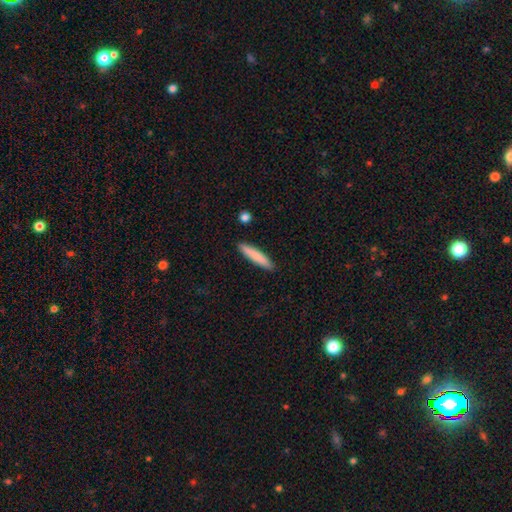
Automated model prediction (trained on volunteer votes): Smooth or featured? smooth (81%)
How rounded? cigar-shaped (90%)
Merging? none (91%)